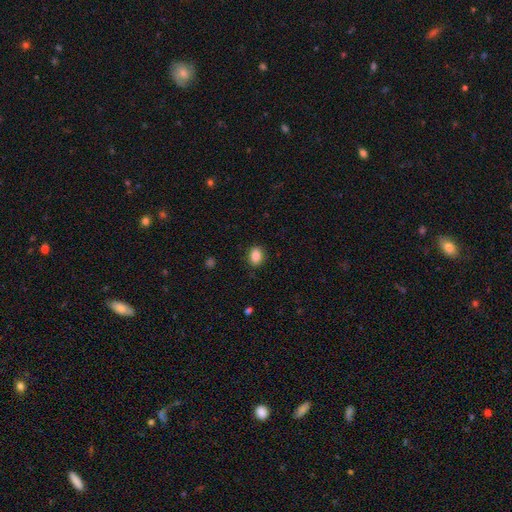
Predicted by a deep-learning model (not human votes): A smooth galaxy with no disk features (87%) that is in between round and cigar-shaped (69%).

Vote fractions:
- Smooth or featured? smooth: 87% / star or artifact: 9% / featured or disk: 4%
- How rounded? in between: 69% / round: 30% / cigar-shaped: 1%
- Merging? none: 88% / minor disturbance: 9% / major disturbance: 2% / merger: 1%